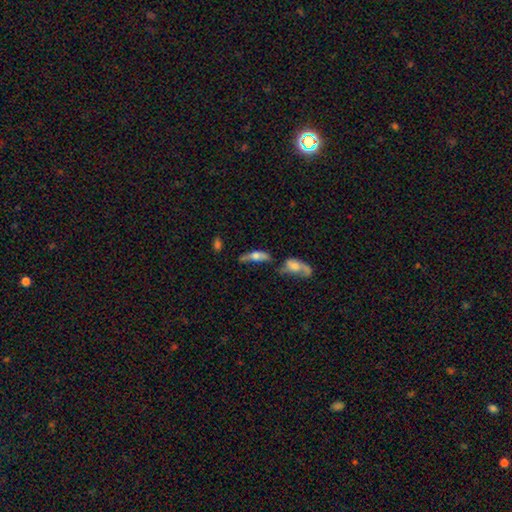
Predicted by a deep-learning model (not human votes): smooth_or_featured: smooth (p=0.50) [alt: featured or disk p=0.42]
how_rounded: in between (p=0.51) [alt: cigar-shaped p=0.46]
merging: none (p=0.36) [alt: merger p=0.26]